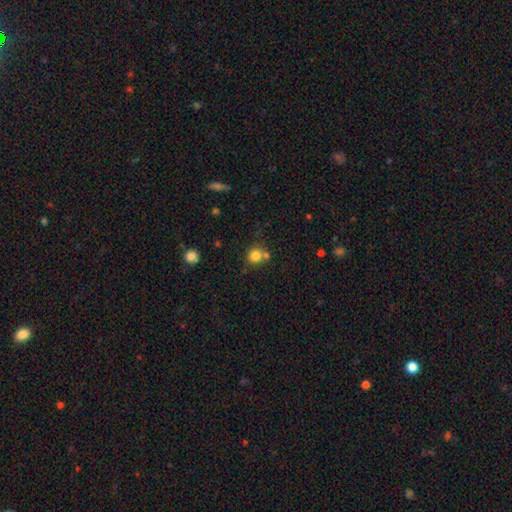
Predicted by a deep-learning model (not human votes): A smooth galaxy with no disk features (81%) that is round (84%). Merging: none (59%).